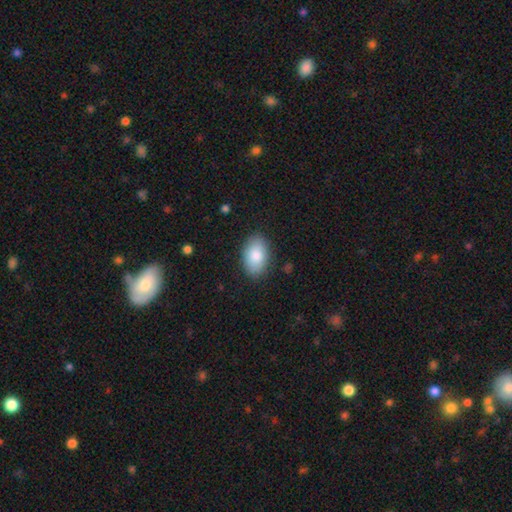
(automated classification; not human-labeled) Smooth or featured? smooth (84%)
How rounded? in between (91%)
Merging? none (86%)